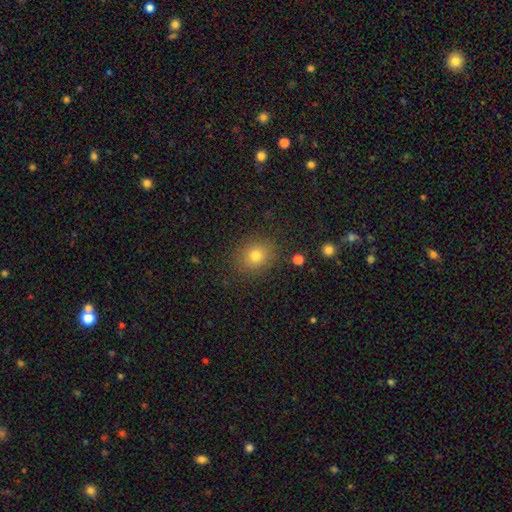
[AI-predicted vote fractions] Smooth or featured? smooth (78%)
How rounded? round (66%)
Merging? none (86%)